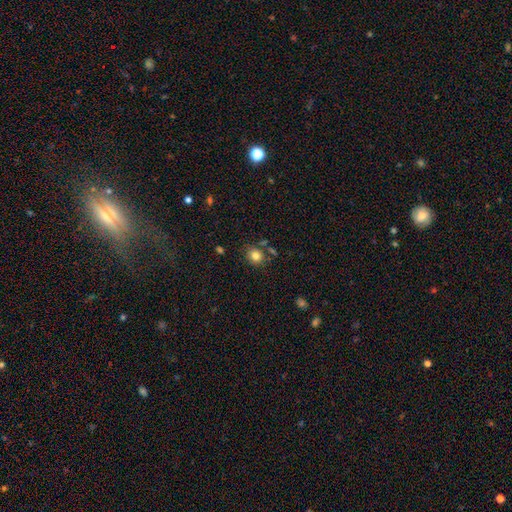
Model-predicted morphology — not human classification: smooth 82%, star or artifact 11%, featured or disk 7%. Down the decision tree: how rounded — round (74%); merging — none (76%).